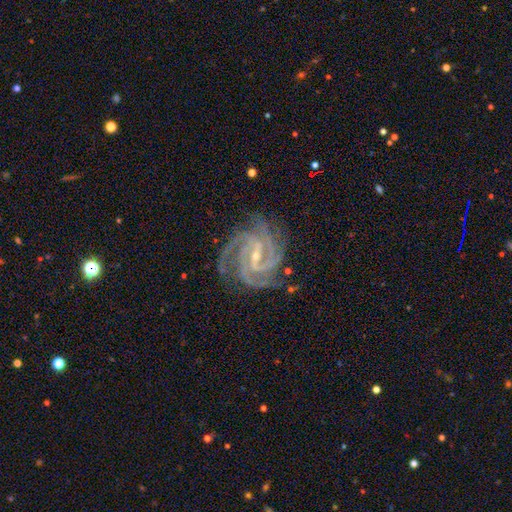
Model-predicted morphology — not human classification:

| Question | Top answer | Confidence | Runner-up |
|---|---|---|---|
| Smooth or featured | featured or disk | 92% | star or artifact (5%) |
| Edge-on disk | no | 98% | yes (2%) |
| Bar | weak | 43% | strong (39%) |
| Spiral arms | yes | 99% | no (1%) |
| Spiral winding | tight | 69% | medium (28%) |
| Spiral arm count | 4 | 36% | 3 (31%) |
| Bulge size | small | 74% | moderate (22%) |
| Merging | none | 80% | minor disturbance (14%) |